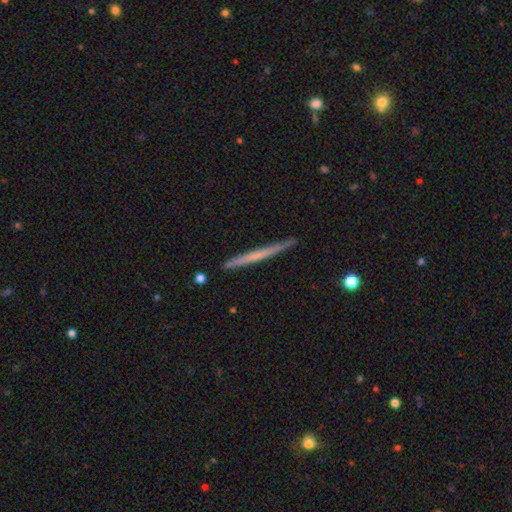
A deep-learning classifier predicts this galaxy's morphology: featured or disk 48%, smooth 47%, star or artifact 5%. Down the decision tree: merging — none (90%).